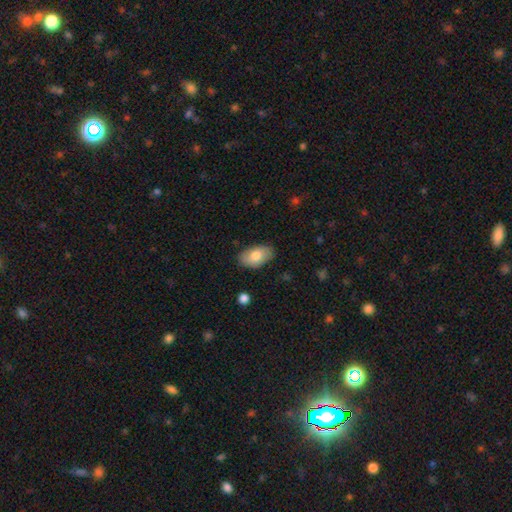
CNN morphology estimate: Smooth or featured?
  - smooth: 78% *
  - featured or disk: 16%
  - star or artifact: 6%
How rounded?
  - in between: 94% *
  - round: 5%
  - cigar-shaped: 2%
Merging?
  - none: 83% *
  - minor disturbance: 13%
  - major disturbance: 3%
  - merger: 1%